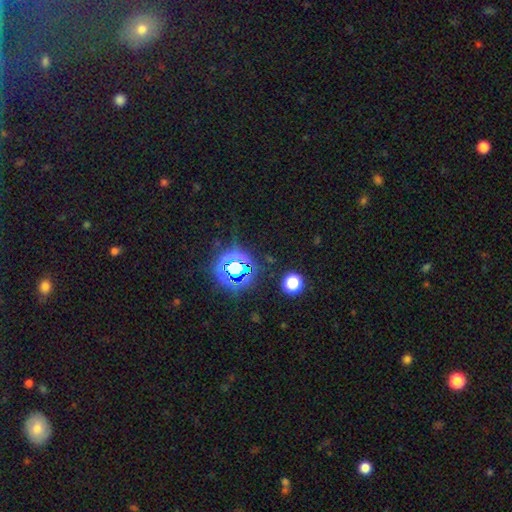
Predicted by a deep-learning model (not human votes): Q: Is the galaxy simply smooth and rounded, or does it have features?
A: star or artifact — 75%.